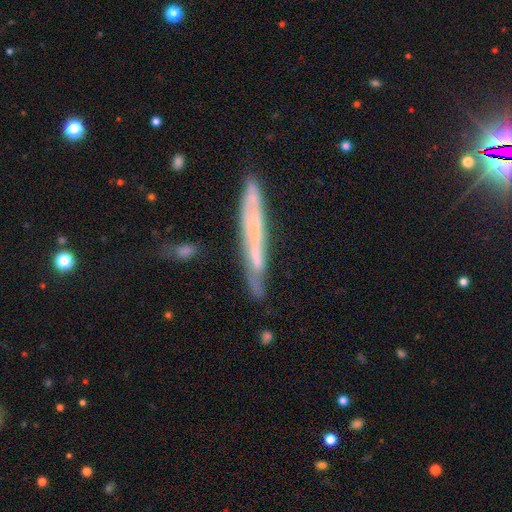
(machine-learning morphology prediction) The model was most divided on "smooth or featured": featured or disk: 48%, smooth: 44%, star or artifact: 8%. More confident: merging — none (75%).